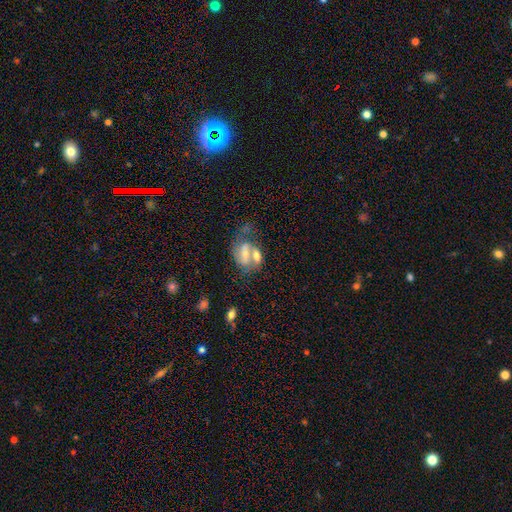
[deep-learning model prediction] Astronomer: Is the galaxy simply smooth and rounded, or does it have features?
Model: featured or disk — 50% (runner-up: smooth, 41%).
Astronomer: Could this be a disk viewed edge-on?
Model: no — 95%.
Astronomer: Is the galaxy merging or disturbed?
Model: merger — 59%.